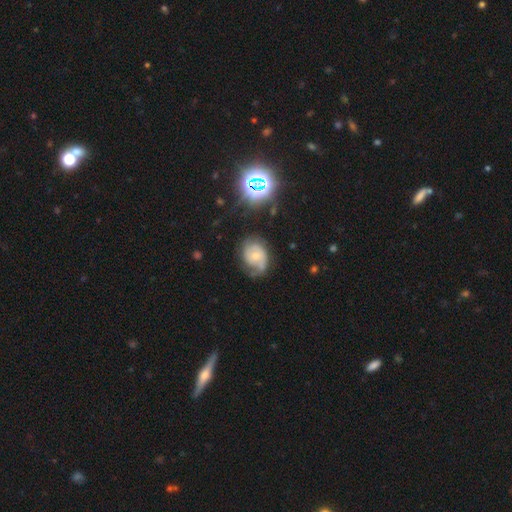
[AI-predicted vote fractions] smooth-or-featured: featured or disk: 61% | smooth: 28% | star or artifact: 11%
  disk-edge-on: no: 97% | yes: 3%
    bar: no: 74% | weak: 22% | strong: 4%
    has-spiral-arms: yes: 83% | no: 17%
    bulge-size: small: 49% | moderate: 44% | none: 3% | large: 3% | dominant: 1%
  merging: none: 51% | minor disturbance: 30% | major disturbance: 16% | merger: 3%